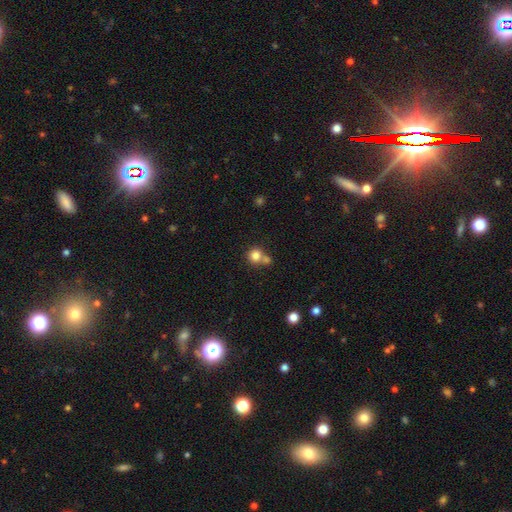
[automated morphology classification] smooth-or-featured: smooth: 81% | star or artifact: 11% | featured or disk: 8%
  how-rounded: round: 89% | in between: 10% | cigar-shaped: 1%
  merging: none: 53% | merger: 36% | minor disturbance: 8% | major disturbance: 3%